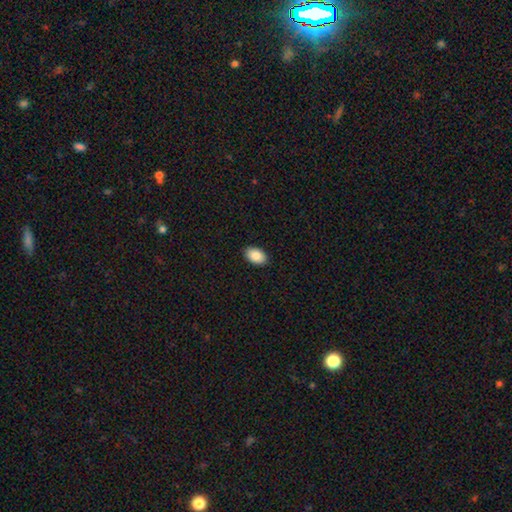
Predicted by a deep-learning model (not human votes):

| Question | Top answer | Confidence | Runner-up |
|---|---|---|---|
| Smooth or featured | smooth | 88% | star or artifact (7%) |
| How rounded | in between | 91% | round (8%) |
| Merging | none | 90% | minor disturbance (7%) |